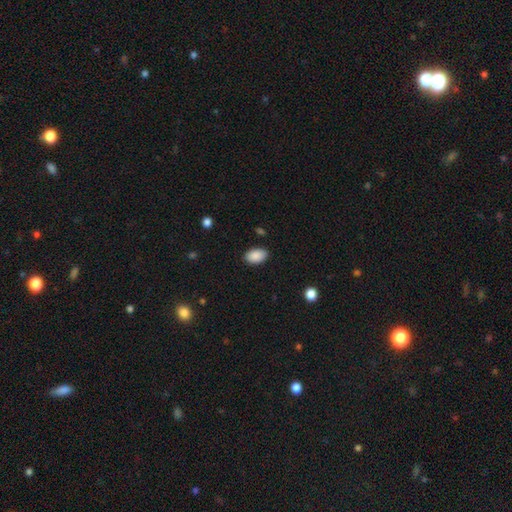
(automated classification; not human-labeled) This is clearly a smooth galaxy (90%). How rounded: clearly in between (92%). Merging: clearly none (87%).